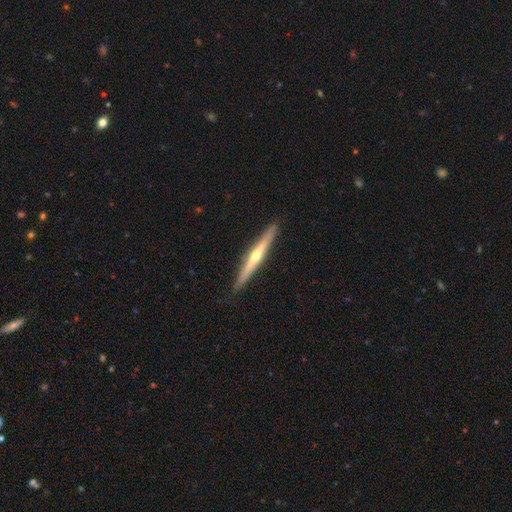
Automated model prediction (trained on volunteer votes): This is likely a featured or disk galaxy (73%). It is clearly viewed edge-on (98%). Edge-on bulge: clearly rounded (87%). Merging: clearly none (91%).